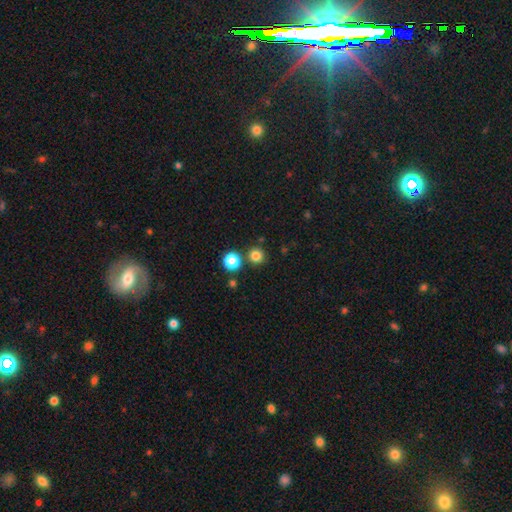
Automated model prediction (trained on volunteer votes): Smooth or featured? smooth (81%)
How rounded? round (94%)
Merging? none (80%)